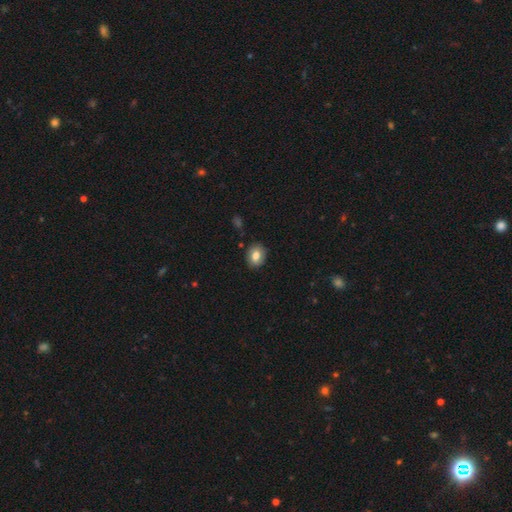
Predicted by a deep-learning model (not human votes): This is likely a smooth galaxy (79%). How rounded: possibly in between (50%). Merging: clearly none (87%).